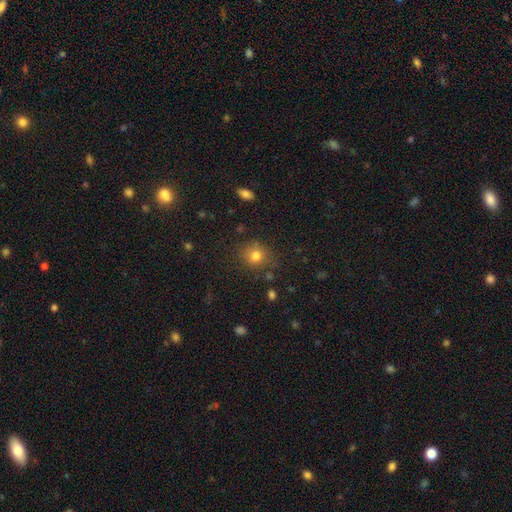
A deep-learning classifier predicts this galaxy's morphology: smooth 78%, star or artifact 14%, featured or disk 8%. Down the decision tree: how rounded — round (78%); merging — none (78%).